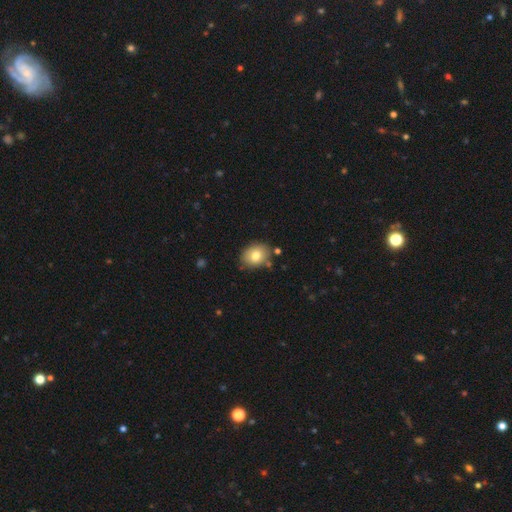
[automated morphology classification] Smooth or featured? Predicted: smooth (p=0.78). How rounded? Predicted: in between (p=0.53). Merging? Predicted: none (p=0.81).